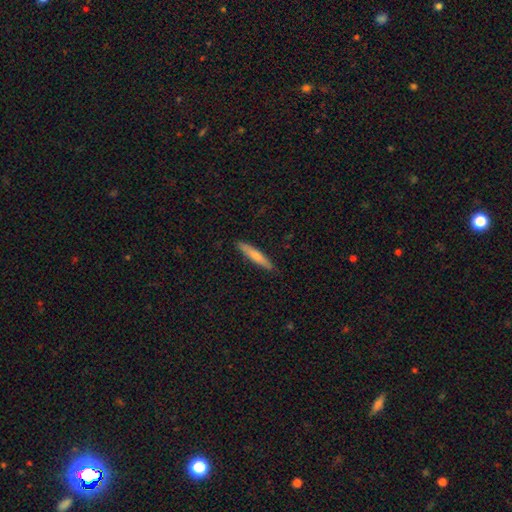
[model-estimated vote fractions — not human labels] The model was most divided on "smooth or featured": smooth: 71%, featured or disk: 23%, star or artifact: 5%. More confident: how rounded — cigar-shaped (91%); merging — none (89%).